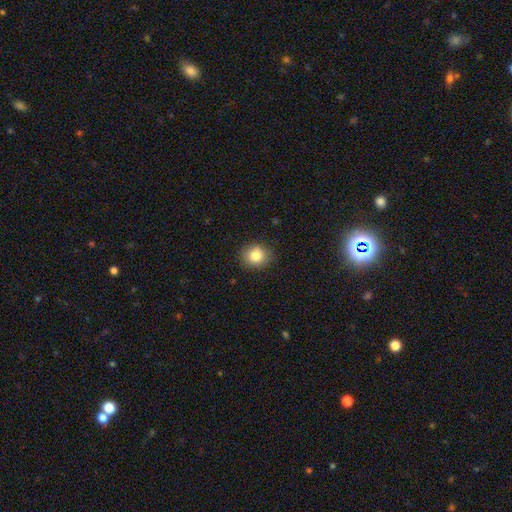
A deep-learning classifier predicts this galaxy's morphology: Smooth or featured? smooth (83%)
How rounded? round (76%)
Merging? none (86%)